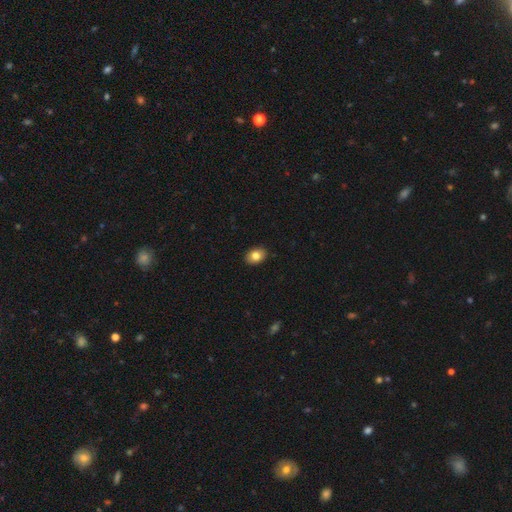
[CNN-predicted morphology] Smooth or featured?
  - smooth: 83% *
  - featured or disk: 9%
  - star or artifact: 8%
How rounded?
  - in between: 77% *
  - round: 21%
  - cigar-shaped: 1%
Merging?
  - none: 90% *
  - minor disturbance: 8%
  - major disturbance: 2%
  - merger: 1%